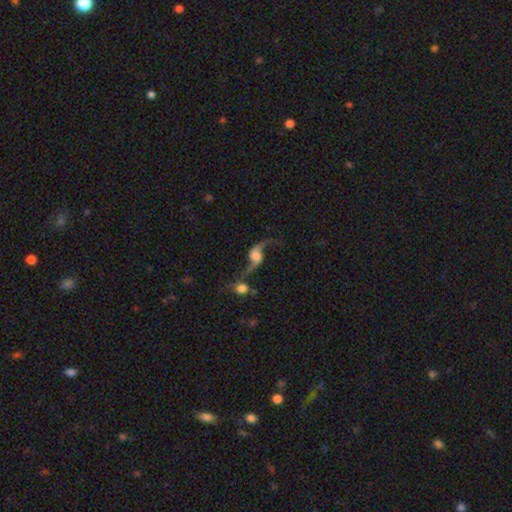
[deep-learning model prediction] This is clearly a featured or disk galaxy (85%). It is clearly not viewed edge-on (94%). Bar: possibly no (51%). Spiral arm pattern: clearly yes (95%). Spiral arm count: clearly 2 (93%). Spiral winding: clearly loose (92%). Central bulge: marginally large (27%, tied with none). Merging: possibly none (50%).